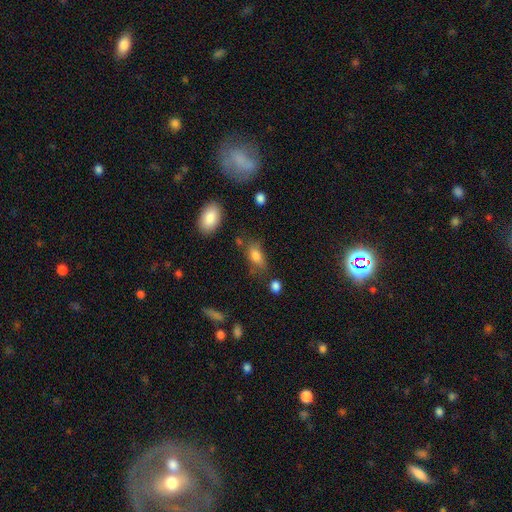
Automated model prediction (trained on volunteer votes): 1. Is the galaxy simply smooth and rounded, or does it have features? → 80% smooth, 10% featured or disk, 9% star or artifact.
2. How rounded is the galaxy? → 86% in between, 8% round, 6% cigar-shaped.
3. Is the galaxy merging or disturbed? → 59% none, 24% minor disturbance, 9% major disturbance, 7% merger.